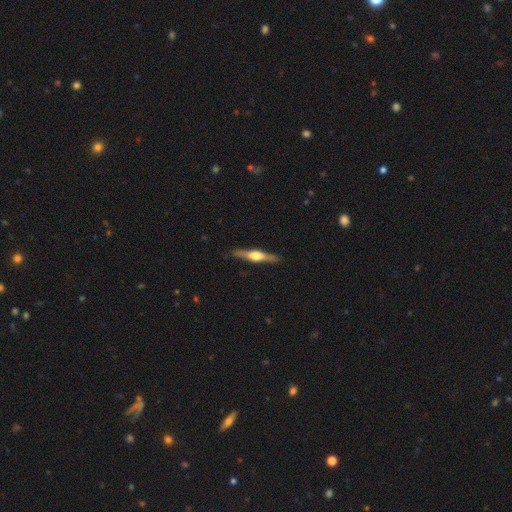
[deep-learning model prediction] Smooth or featured: featured or disk — 72% (smooth — 23%)
Edge-on disk: yes — 97% (no — 3%)
Edge-on bulge: rounded — 92% (boxy — 6%)
Merging: none — 90% (minor disturbance — 8%)